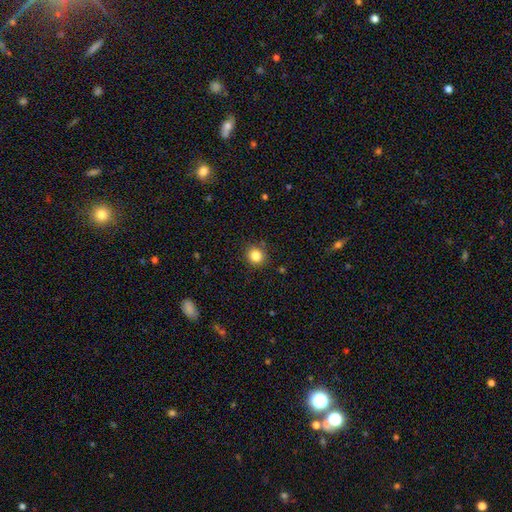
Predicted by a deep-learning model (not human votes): Q: Smooth or featured?
A: smooth (83%); runner-up: star or artifact (12%)
Q: How rounded?
A: round (88%); runner-up: in between (11%)
Q: Merging?
A: none (88%); runner-up: minor disturbance (8%)